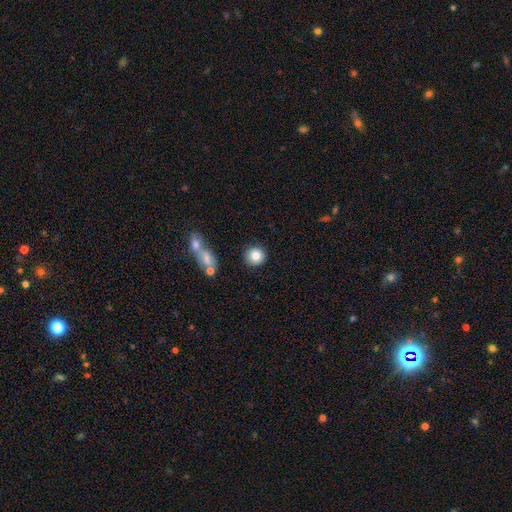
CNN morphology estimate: The model was most divided on "smooth or featured": smooth: 82%, star or artifact: 9%, featured or disk: 8%. More confident: how rounded — round (91%); merging — none (85%).